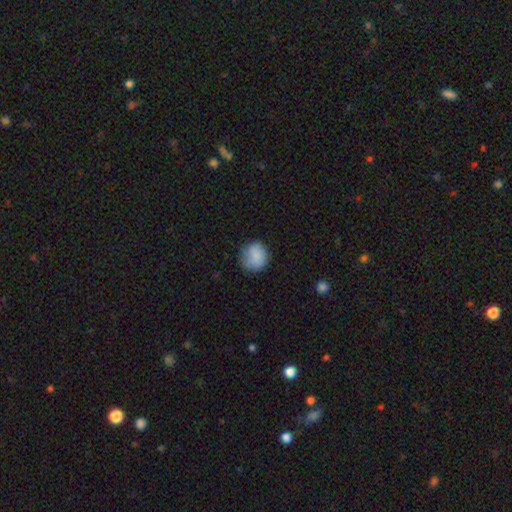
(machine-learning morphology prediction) Smooth or featured? Predicted: smooth (p=0.85). How rounded? Predicted: round (p=0.86). Merging? Predicted: none (p=0.74).